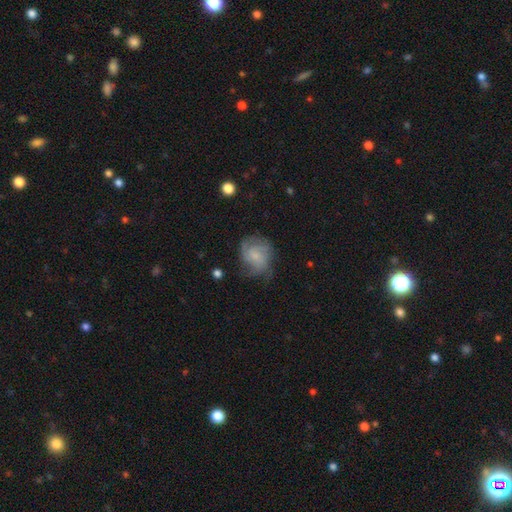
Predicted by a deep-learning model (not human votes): Overall: featured or disk (58%; smooth 34%). Edge-on disk: no (98%). Bar: no (67%; weak 29%). Spiral arms: yes (86%). Bulge size: small (53%; none 22%). Merging: none (57%; minor disturbance 26%).